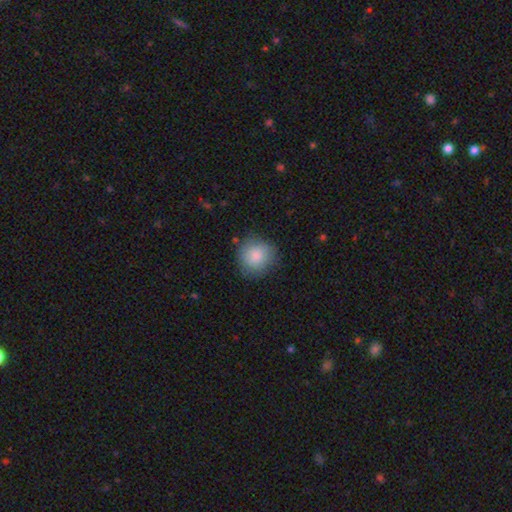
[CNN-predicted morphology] Q: Smooth or featured?
A: smooth (86%); runner-up: star or artifact (8%)
Q: How rounded?
A: round (90%); runner-up: in between (9%)
Q: Merging?
A: none (80%); runner-up: minor disturbance (14%)